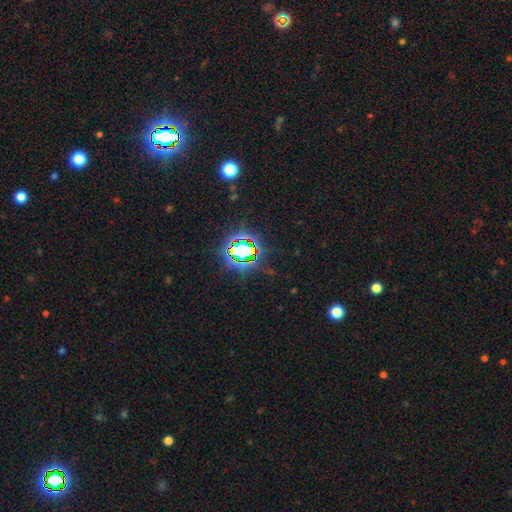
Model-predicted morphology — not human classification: Q: Smooth or featured?
A: star or artifact (81%); runner-up: smooth (12%)